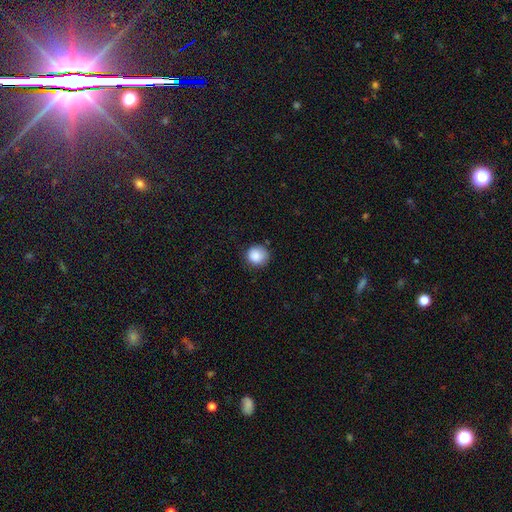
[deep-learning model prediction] Overall: smooth (87%). How rounded: round (89%). Merging: none (76%).